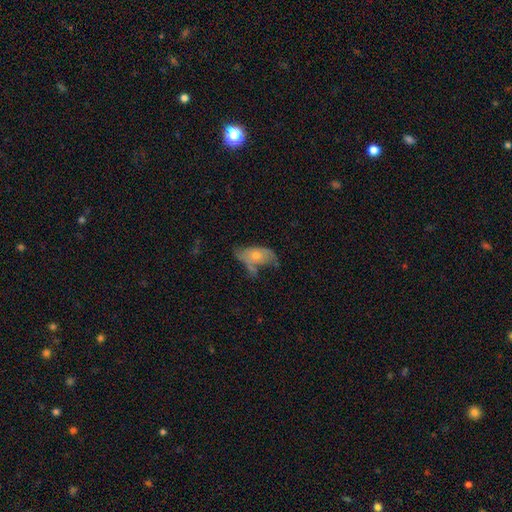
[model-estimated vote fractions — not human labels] The model was most divided on "smooth or featured": featured or disk: 47%, smooth: 43%, star or artifact: 9%. Remaining: merging — none (34%).